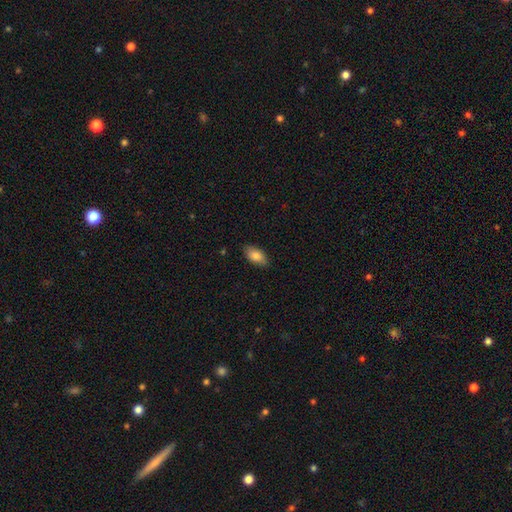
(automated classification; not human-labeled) smooth_or_featured: smooth (p=0.83) [alt: featured or disk p=0.10]
how_rounded: in between (p=0.91) [alt: cigar-shaped p=0.06]
merging: none (p=0.85) [alt: minor disturbance p=0.11]